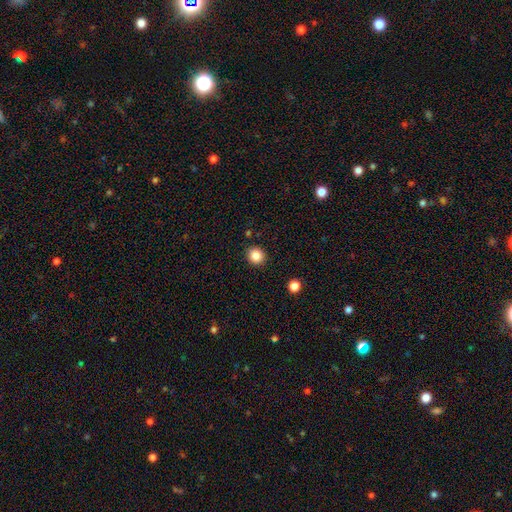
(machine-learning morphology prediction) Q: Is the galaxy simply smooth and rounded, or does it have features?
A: smooth — 85%.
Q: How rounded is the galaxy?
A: round — 87%.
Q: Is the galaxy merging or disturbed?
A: none — 91%.